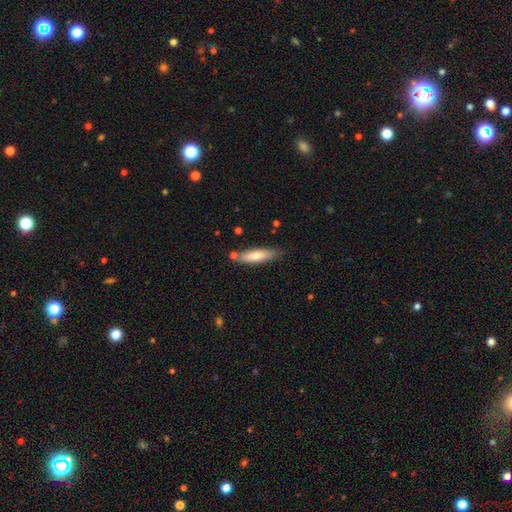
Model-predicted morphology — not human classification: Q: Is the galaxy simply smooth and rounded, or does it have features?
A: smooth — 71%.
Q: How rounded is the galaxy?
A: cigar-shaped — 71%.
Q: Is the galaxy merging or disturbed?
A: none — 75%.